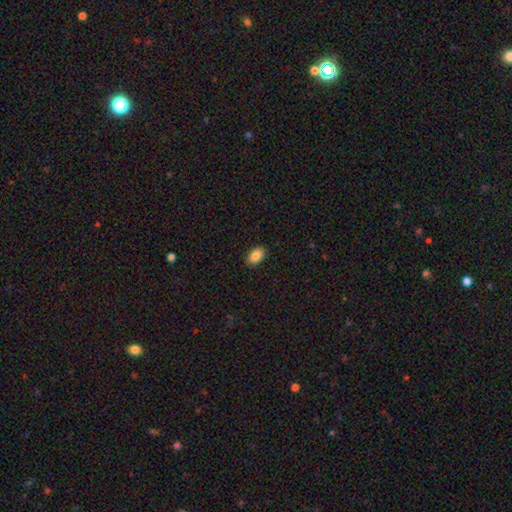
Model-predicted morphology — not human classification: The model was most divided on "merging": none: 88%, minor disturbance: 9%, major disturbance: 2%, merger: 1%. More confident: how rounded — in between (90%); smooth or featured — smooth (87%).